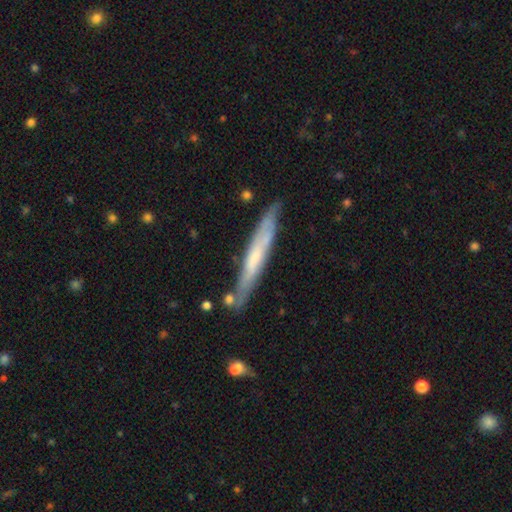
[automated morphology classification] featured or disk 52%, smooth 43%, star or artifact 6%. Down the decision tree: edge-on disk — yes (85%); merging — none (79%).